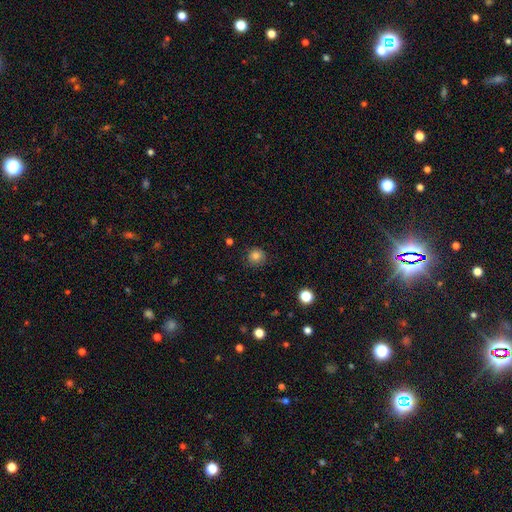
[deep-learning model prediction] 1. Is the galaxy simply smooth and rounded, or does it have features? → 81% smooth, 12% star or artifact, 6% featured or disk.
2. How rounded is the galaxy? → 91% round, 8% in between, 1% cigar-shaped.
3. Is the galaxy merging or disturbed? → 84% none, 12% minor disturbance, 3% major disturbance, 1% merger.